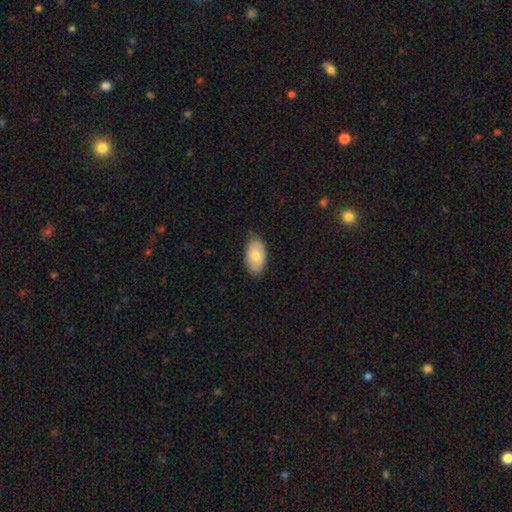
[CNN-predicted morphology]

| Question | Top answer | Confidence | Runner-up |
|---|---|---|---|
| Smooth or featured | smooth | 75% | featured or disk (18%) |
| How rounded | in between | 94% | round (4%) |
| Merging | none | 78% | minor disturbance (18%) |